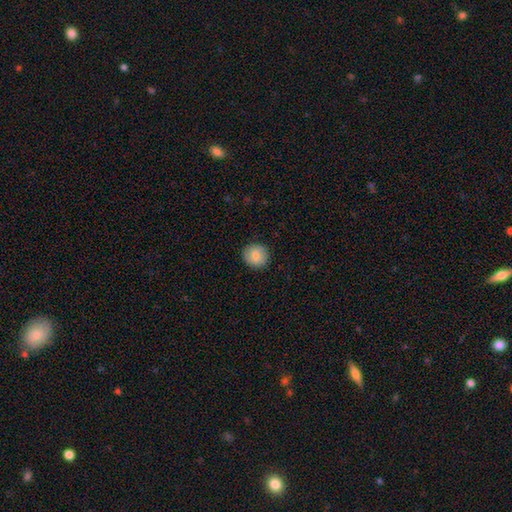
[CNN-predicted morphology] Smooth or featured? smooth (85%)
How rounded? round (92%)
Merging? none (90%)